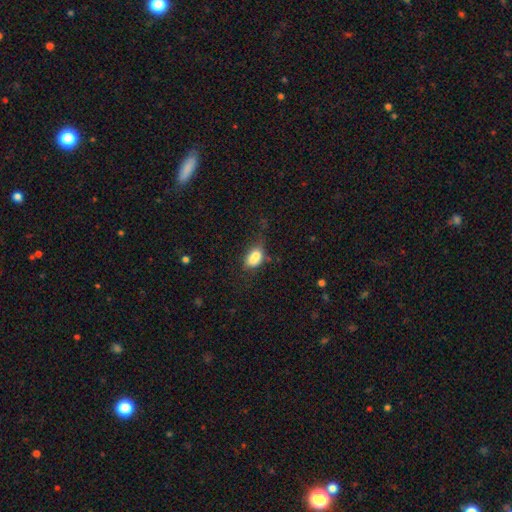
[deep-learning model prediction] A smooth galaxy with no disk features (79%) that is in between round and cigar-shaped (84%).

Vote fractions:
- Smooth or featured? smooth: 79% / featured or disk: 11% / star or artifact: 9%
- How rounded? in between: 84% / round: 14% / cigar-shaped: 3%
- Merging? none: 41% / minor disturbance: 33% / major disturbance: 17% / merger: 9%